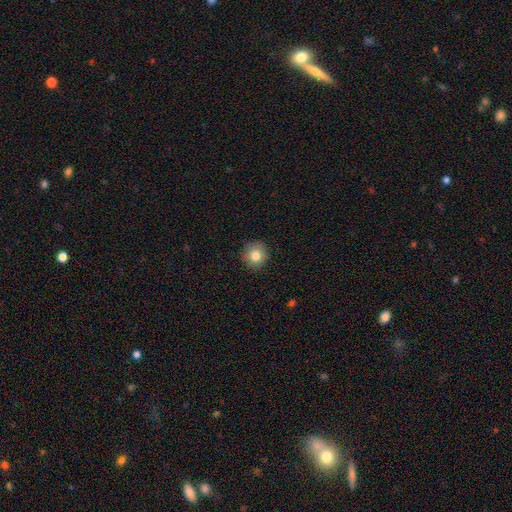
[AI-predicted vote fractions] This appears to be a smooth galaxy with no disk features (82%) that is round (92%). Merging: none (90%).